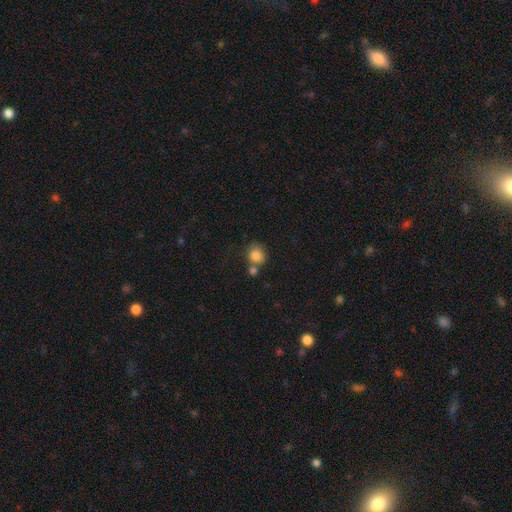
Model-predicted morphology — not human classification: A smooth galaxy with no disk features (84%) that is round (75%). Merging: none (53%).